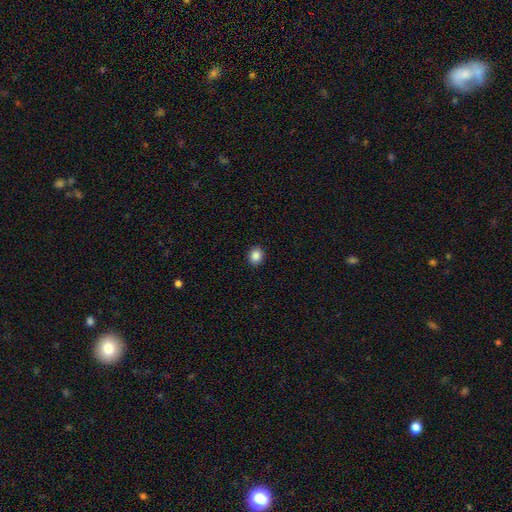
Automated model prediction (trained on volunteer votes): Overall: smooth (87%). How rounded: round (62%; in between 37%). Merging: none (91%).